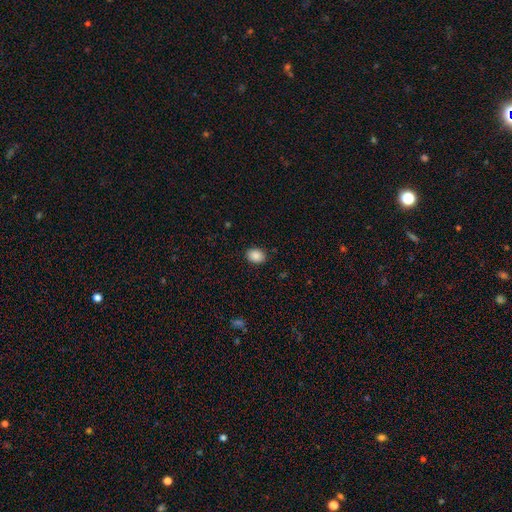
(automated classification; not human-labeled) Q: Smooth or featured?
A: smooth (88%); runner-up: star or artifact (8%)
Q: How rounded?
A: in between (63%); runner-up: round (37%)
Q: Merging?
A: none (88%); runner-up: minor disturbance (8%)